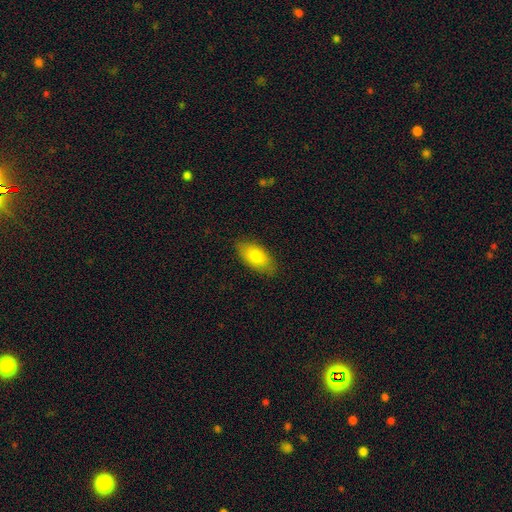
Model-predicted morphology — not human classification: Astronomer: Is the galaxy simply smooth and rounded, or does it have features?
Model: smooth — 78%.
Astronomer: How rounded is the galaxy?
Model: in between — 91%.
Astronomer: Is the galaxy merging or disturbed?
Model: none — 84%.